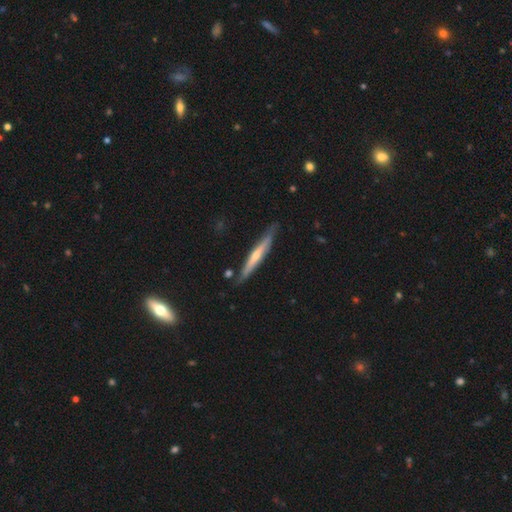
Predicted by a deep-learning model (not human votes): Smooth or featured? Predicted: featured or disk (p=0.60). Edge-on disk? Predicted: yes (p=0.94). Edge-on bulge? Predicted: rounded (p=0.63). Merging? Predicted: none (p=0.83).